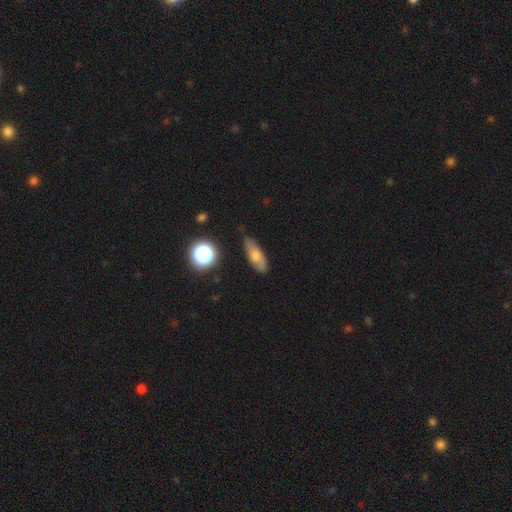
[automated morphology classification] Smooth or featured? Predicted: smooth (p=0.63). How rounded? Predicted: in between (p=0.64). Merging? Predicted: none (p=0.71).